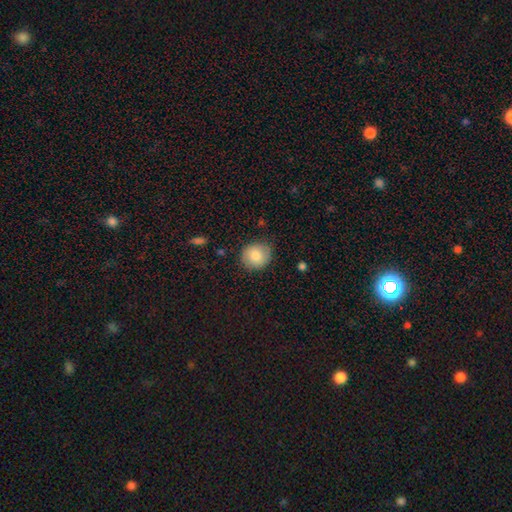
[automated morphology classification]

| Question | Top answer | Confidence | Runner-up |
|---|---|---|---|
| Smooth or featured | smooth | 81% | featured or disk (11%) |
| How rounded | round | 82% | in between (17%) |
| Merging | none | 81% | minor disturbance (15%) |